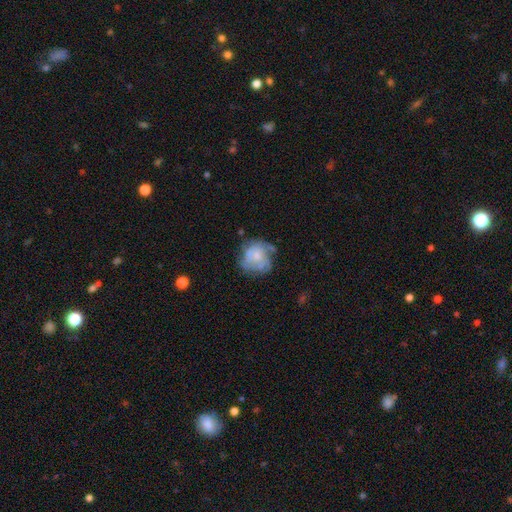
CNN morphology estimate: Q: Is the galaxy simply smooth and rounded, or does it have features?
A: featured or disk — 58%.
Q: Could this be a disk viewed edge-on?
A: no — 98%.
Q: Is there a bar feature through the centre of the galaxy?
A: no — 83%.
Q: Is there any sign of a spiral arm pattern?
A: yes — 58%.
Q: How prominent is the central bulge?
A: small — 41%.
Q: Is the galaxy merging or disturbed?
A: none — 54%.